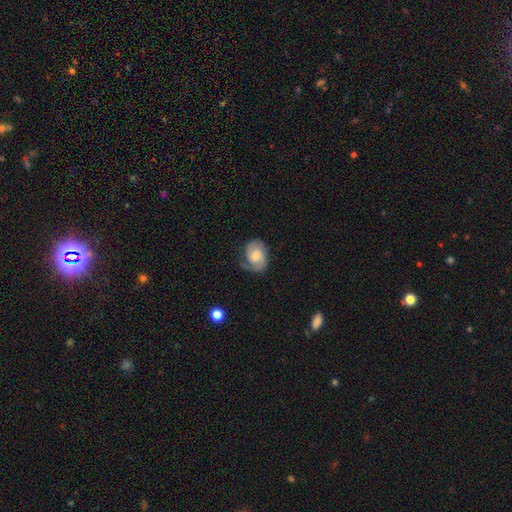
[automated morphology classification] smooth-or-featured: featured or disk: 68% | smooth: 25% | star or artifact: 6%
  disk-edge-on: no: 97% | yes: 3%
    bar: no: 62% | weak: 33% | strong: 5%
    has-spiral-arms: yes: 94% | no: 6%
      spiral-winding: tight: 44% | medium: 39% | loose: 16%
      spiral-arm-count: 2: 60% | 1: 25% | can't tell: 10% | 3: 3% | 4: 1% | more than 4: 1%
    bulge-size: moderate: 49% | small: 36% | large: 8% | none: 6% | dominant: 2%
  merging: none: 60% | minor disturbance: 24% | major disturbance: 14% | merger: 2%